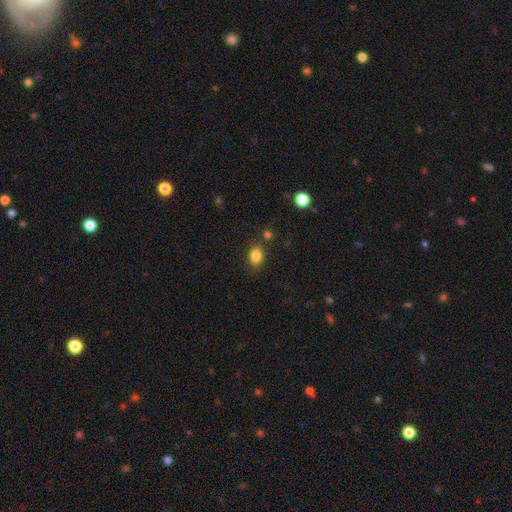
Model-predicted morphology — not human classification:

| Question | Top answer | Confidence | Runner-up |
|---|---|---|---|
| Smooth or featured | smooth | 85% | star or artifact (10%) |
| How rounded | in between | 72% | round (27%) |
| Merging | none | 78% | minor disturbance (13%) |